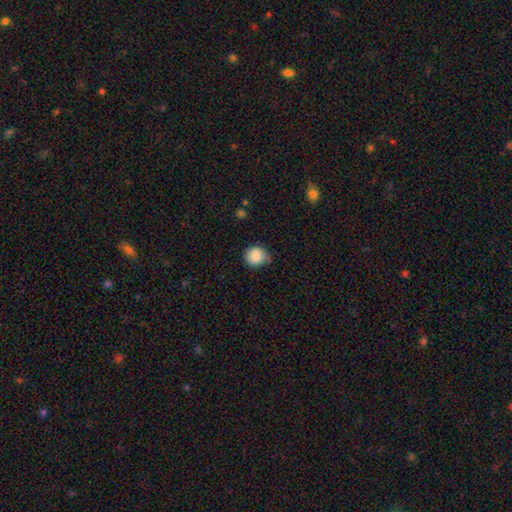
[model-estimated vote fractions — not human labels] smooth 82%, featured or disk 10%, star or artifact 8%. Down the decision tree: how rounded — round (76%); merging — none (66%).